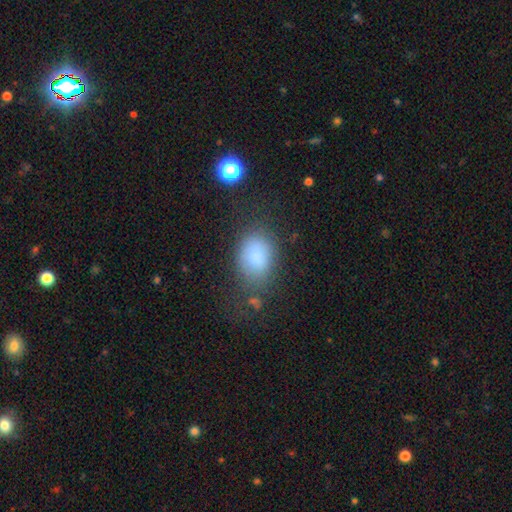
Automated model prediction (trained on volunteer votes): Smooth or featured: smooth — 83% (star or artifact — 10%)
How rounded: in between — 75% (round — 24%)
Merging: none — 62% (minor disturbance — 22%)